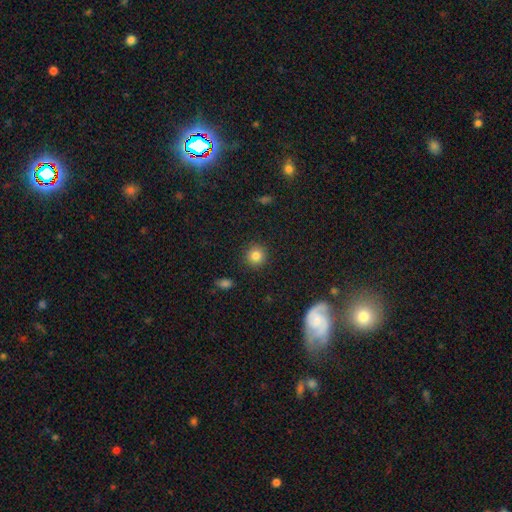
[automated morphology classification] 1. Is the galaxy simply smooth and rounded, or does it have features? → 83% smooth, 11% star or artifact, 6% featured or disk.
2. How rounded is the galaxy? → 93% round, 6% in between, 1% cigar-shaped.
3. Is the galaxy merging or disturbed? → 90% none, 6% minor disturbance, 2% major disturbance, 1% merger.